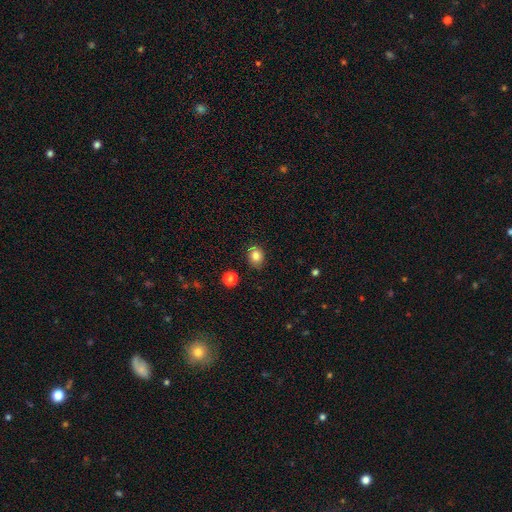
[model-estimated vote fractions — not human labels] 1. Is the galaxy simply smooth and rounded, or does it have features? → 81% smooth, 10% star or artifact, 8% featured or disk.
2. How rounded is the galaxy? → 51% round, 48% in between, 1% cigar-shaped.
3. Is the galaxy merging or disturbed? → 82% none, 13% minor disturbance, 3% major disturbance, 2% merger.